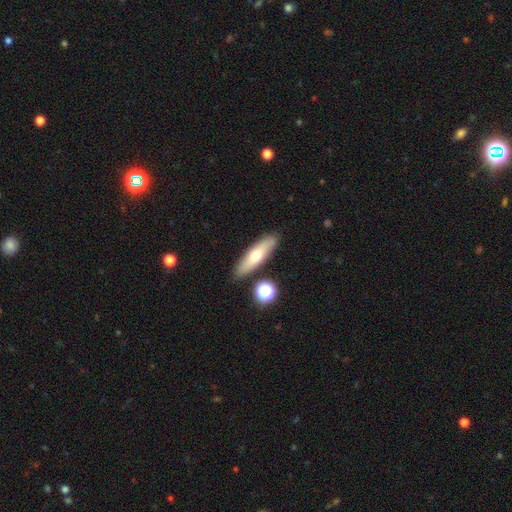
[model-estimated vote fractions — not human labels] Smooth or featured? smooth (58%)
How rounded? cigar-shaped (62%)
Merging? none (85%)